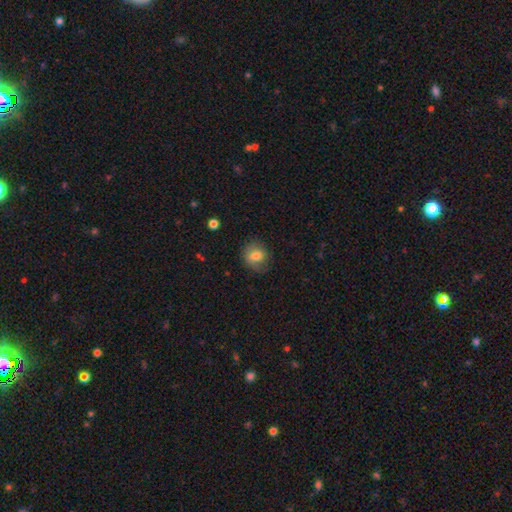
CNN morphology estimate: Q: Smooth or featured?
A: smooth (76%); runner-up: featured or disk (15%)
Q: How rounded?
A: round (71%); runner-up: in between (28%)
Q: Merging?
A: none (74%); runner-up: minor disturbance (18%)